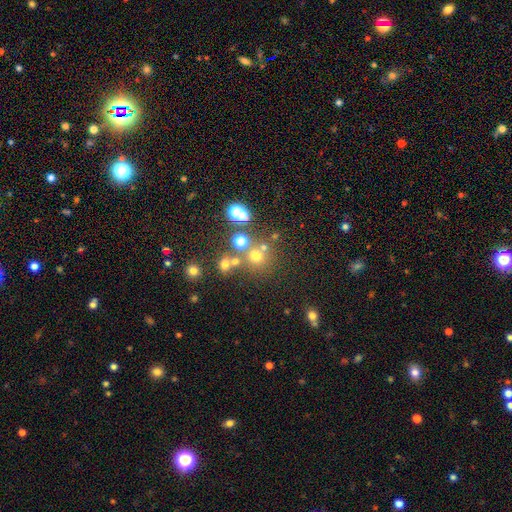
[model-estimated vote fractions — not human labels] Smooth or featured? Predicted: smooth (p=0.59). How rounded? Predicted: round (p=0.89). Merging? Predicted: none (p=0.64).